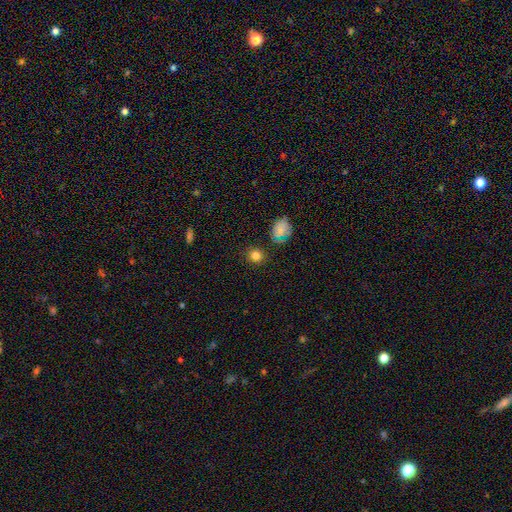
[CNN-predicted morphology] Smooth or featured: smooth — 81% (star or artifact — 13%)
How rounded: round — 86% (in between — 13%)
Merging: none — 87% (minor disturbance — 8%)